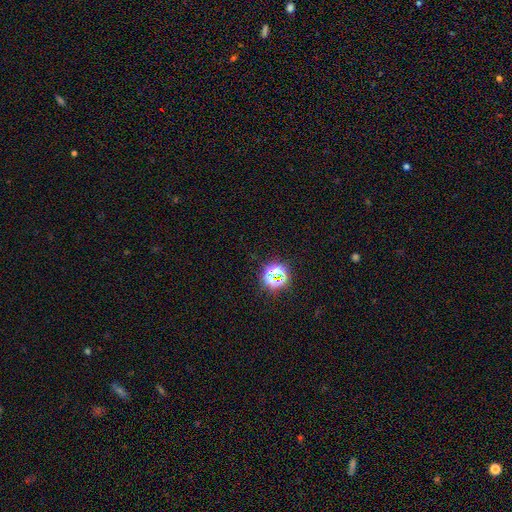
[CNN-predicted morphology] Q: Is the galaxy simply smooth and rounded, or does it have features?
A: star or artifact — 72%.